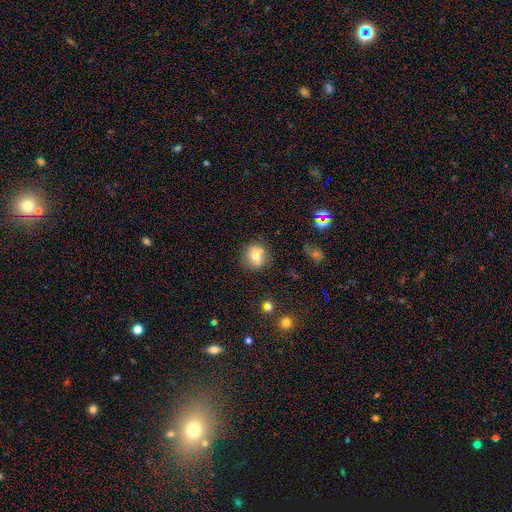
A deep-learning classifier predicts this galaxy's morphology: smooth 73%, featured or disk 15%, star or artifact 12%. Down the decision tree: how rounded — round (81%); merging — none (71%).